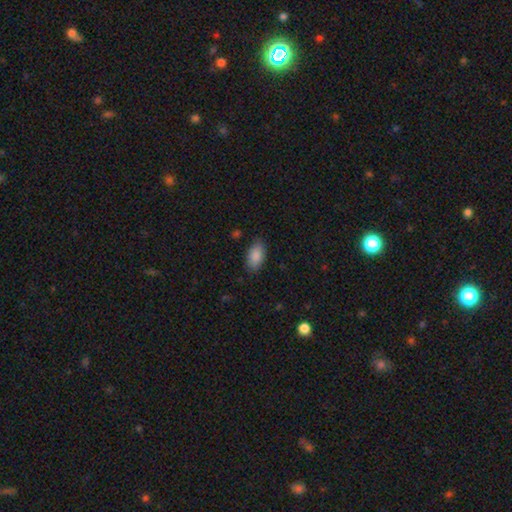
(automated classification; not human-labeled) Smooth or featured: smooth — 89% (star or artifact — 7%)
How rounded: in between — 94% (round — 3%)
Merging: none — 84% (minor disturbance — 12%)